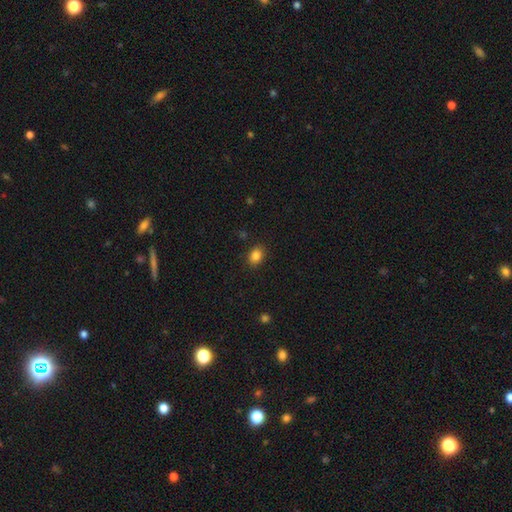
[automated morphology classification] This is clearly a smooth galaxy (85%). How rounded: likely in between (64%). Merging: clearly none (88%).